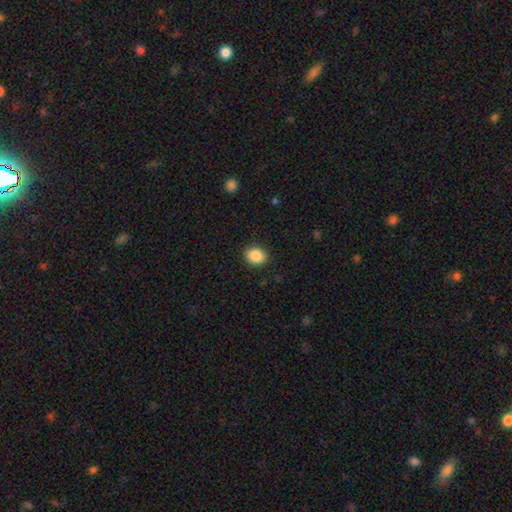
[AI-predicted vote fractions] Smooth or featured: smooth — 87% (star or artifact — 9%)
How rounded: in between — 50% (tied with round — 50%)
Merging: none — 89% (minor disturbance — 8%)